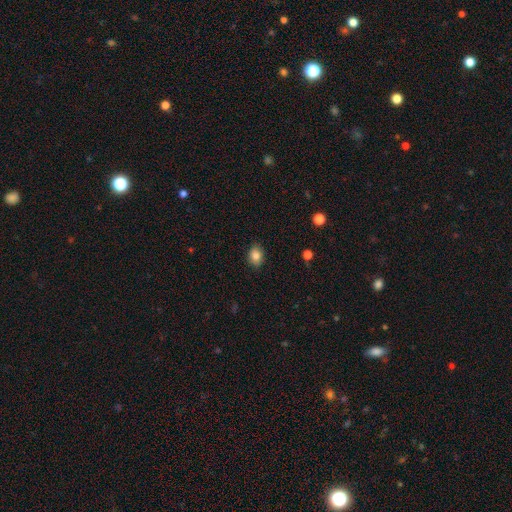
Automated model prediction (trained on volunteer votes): Smooth or featured? smooth (84%)
How rounded? in between (67%)
Merging? none (87%)